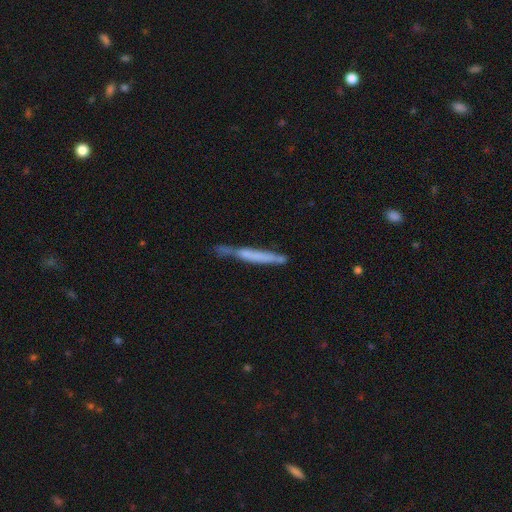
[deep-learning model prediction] Smooth or featured? smooth (47%)
Merging? none (61%)